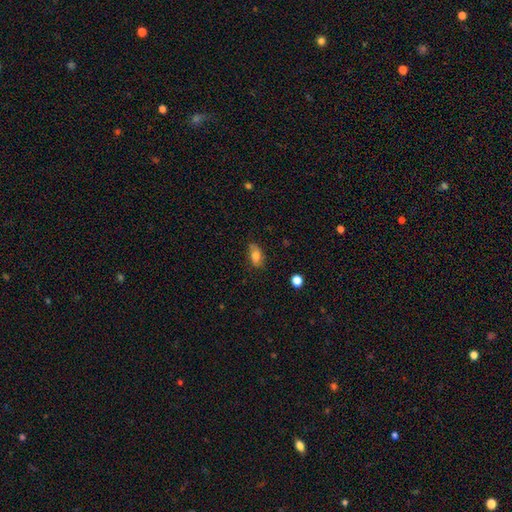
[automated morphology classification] Smooth or featured? Predicted: smooth (p=0.79). How rounded? Predicted: in between (p=0.86). Merging? Predicted: none (p=0.73).